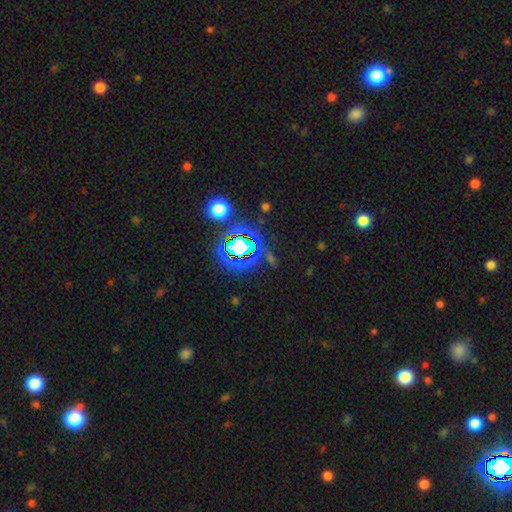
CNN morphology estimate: smooth_or_featured: star or artifact (p=0.76) [alt: smooth p=0.15]